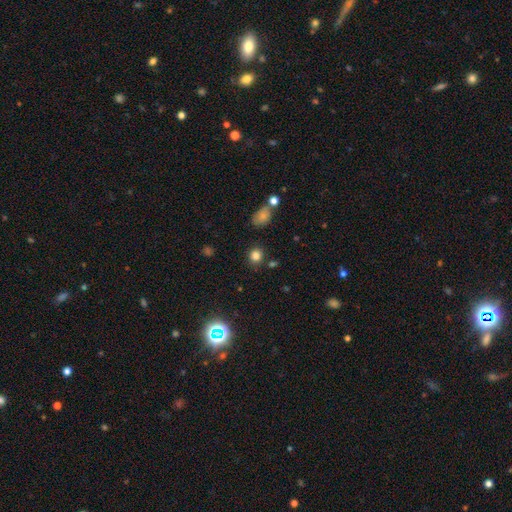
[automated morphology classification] type=smooth (81%); roundness=round (77%); merging=none (84%).